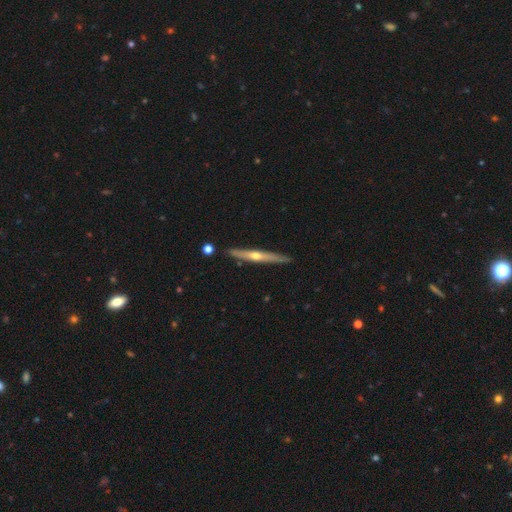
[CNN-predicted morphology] A featured or disk galaxy (75%) viewed edge-on (97%) with a rounded central bulge (87%).

Vote fractions:
- Smooth or featured? featured or disk: 75% / smooth: 20% / star or artifact: 5%
- Edge-on disk? yes: 97% / no: 3%
- Edge-on bulge? rounded: 87% / none: 11% / boxy: 3%
- Merging? none: 90% / minor disturbance: 7% / merger: 2% / major disturbance: 1%